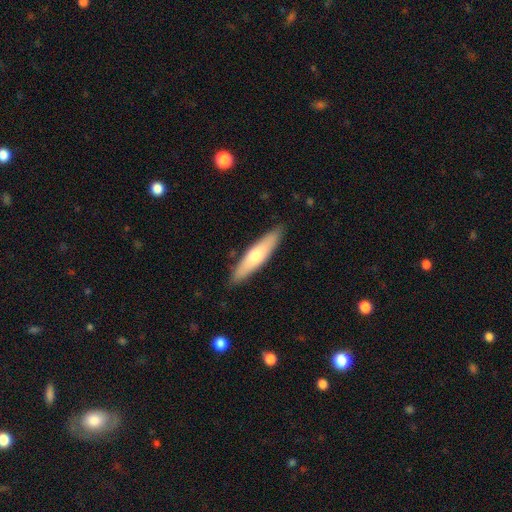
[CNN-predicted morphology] Smooth or featured? smooth (60%)
How rounded? cigar-shaped (75%)
Merging? none (88%)